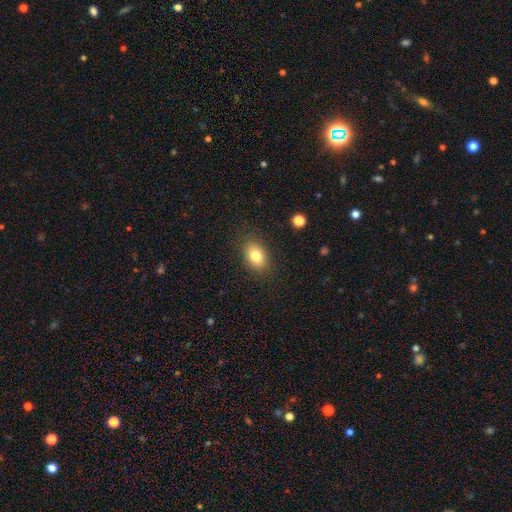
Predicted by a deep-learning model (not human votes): smooth 80%, featured or disk 11%, star or artifact 9%. Down the decision tree: how rounded — in between (81%); merging — none (85%).